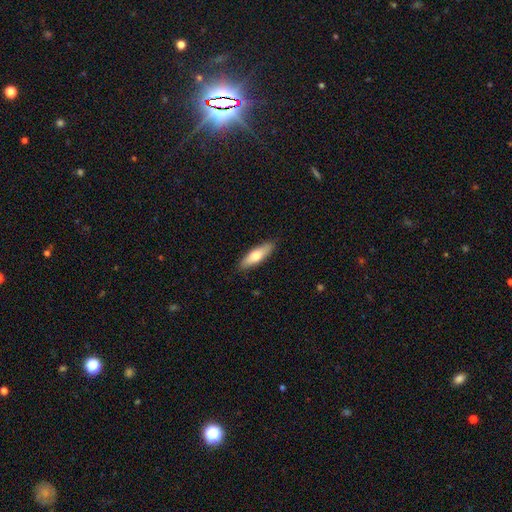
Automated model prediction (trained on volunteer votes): This is likely a smooth galaxy (67%). How rounded: possibly cigar-shaped (56%). Merging: clearly none (87%).